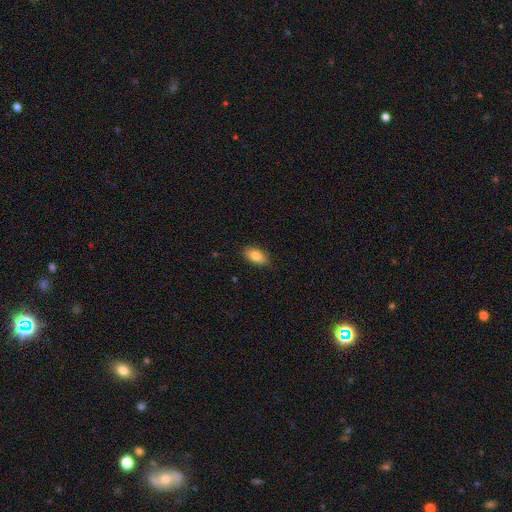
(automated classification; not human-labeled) This appears to be a smooth galaxy with no disk features (81%) that is in between round and cigar-shaped (90%). Merging: none (86%).